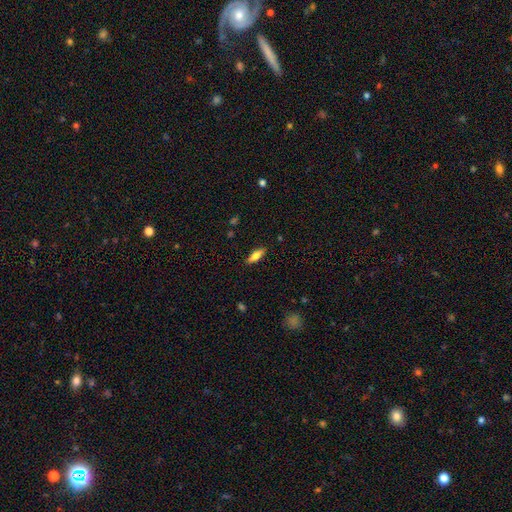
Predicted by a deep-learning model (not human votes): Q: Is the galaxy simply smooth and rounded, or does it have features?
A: smooth — 63%.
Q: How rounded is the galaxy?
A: in between — 58%.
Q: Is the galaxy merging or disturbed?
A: none — 87%.